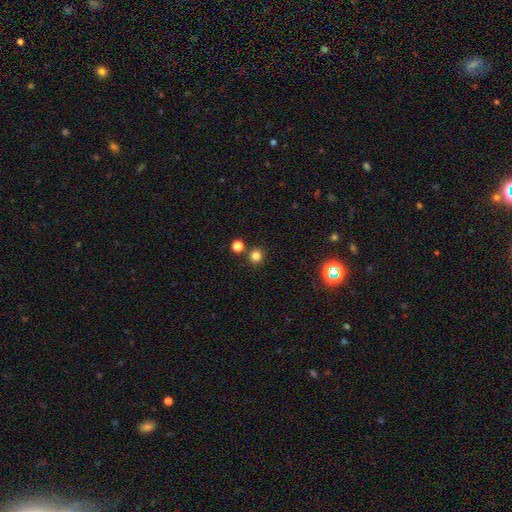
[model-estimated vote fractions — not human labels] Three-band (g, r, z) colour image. It shows a smooth galaxy with no disk features (81%) that is round (94%). Merging: none (84%).